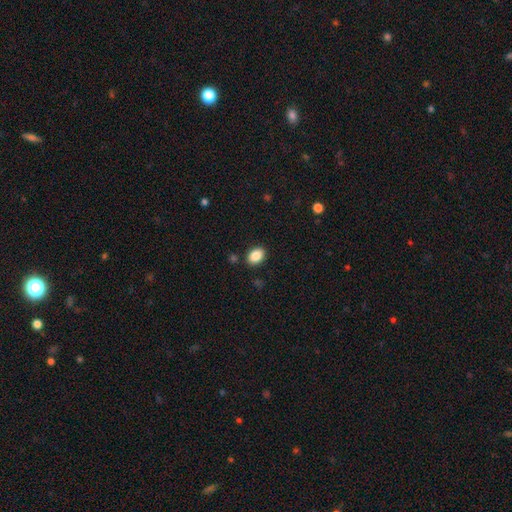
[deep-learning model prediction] smooth_or_featured: smooth (p=0.87) [alt: star or artifact p=0.08]
how_rounded: in between (p=0.78) [alt: round p=0.21]
merging: none (p=0.87) [alt: minor disturbance p=0.08]